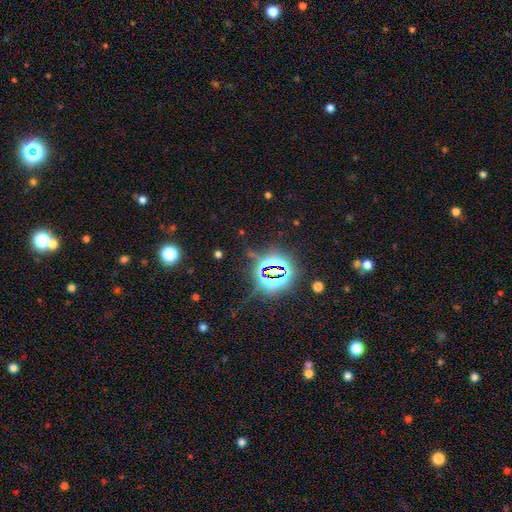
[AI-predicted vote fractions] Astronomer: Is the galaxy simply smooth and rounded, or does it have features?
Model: star or artifact — 82%.